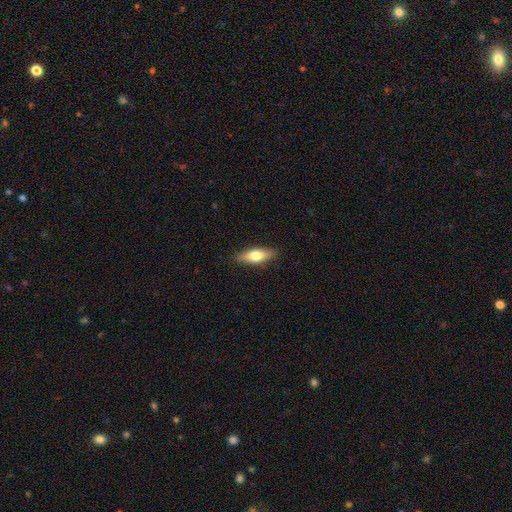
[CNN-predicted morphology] Q: Smooth or featured?
A: smooth (66%); runner-up: featured or disk (28%)
Q: How rounded?
A: in between (56%); runner-up: cigar-shaped (41%)
Q: Merging?
A: none (88%); runner-up: minor disturbance (9%)